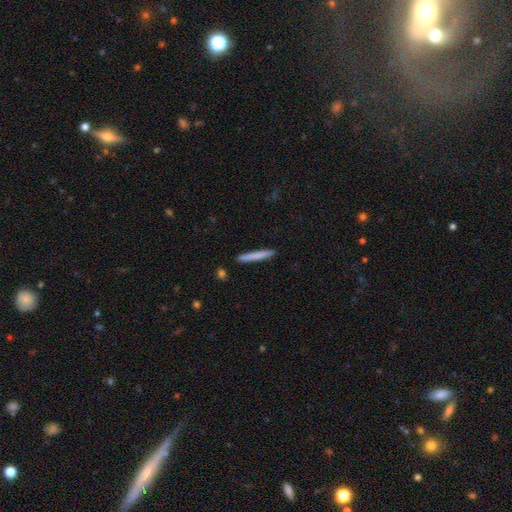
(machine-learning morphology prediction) This appears to be a smooth galaxy with no disk features (77%) that is cigar-shaped (96%). Merging: none (90%).